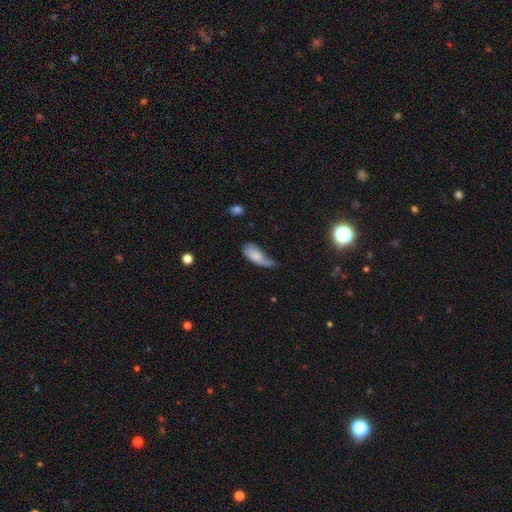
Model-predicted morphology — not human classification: A smooth galaxy with no disk features (71%) that is in between round and cigar-shaped (83%).

Vote fractions:
- Smooth or featured? smooth: 71% / featured or disk: 22% / star or artifact: 7%
- How rounded? in between: 83% / cigar-shaped: 14% / round: 3%
- Merging? minor disturbance: 39% / major disturbance: 33% / none: 23% / merger: 5%